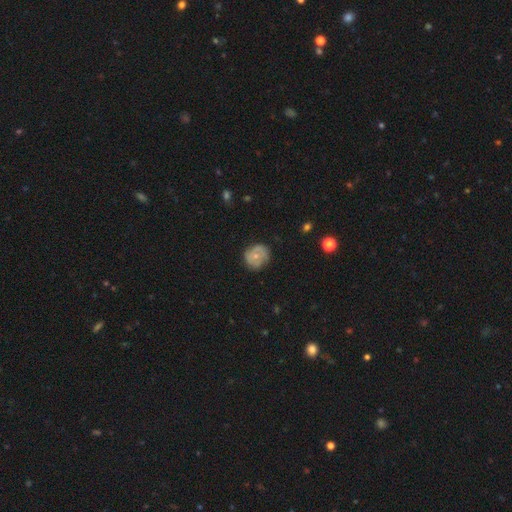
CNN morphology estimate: Q: Smooth or featured?
A: smooth (50%); runner-up: featured or disk (41%)
Q: Merging?
A: none (66%); runner-up: minor disturbance (25%)